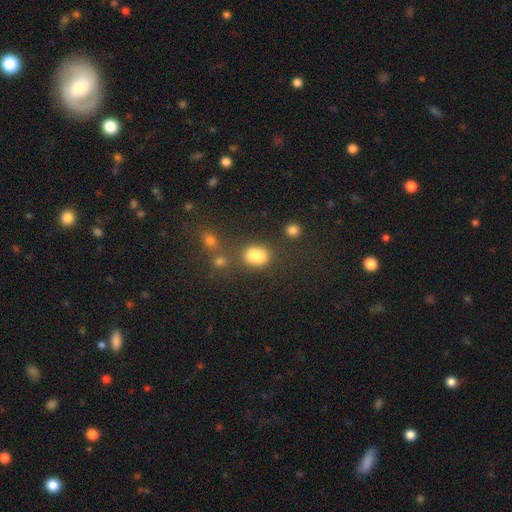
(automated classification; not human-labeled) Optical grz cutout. It shows a smooth galaxy with no disk features (83%) that is in between round and cigar-shaped (72%). Merging: none (58%).